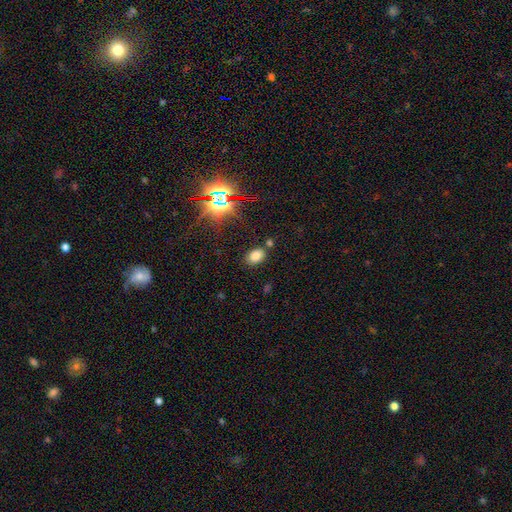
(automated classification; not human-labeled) Smooth or featured? smooth (75%)
How rounded? in between (81%)
Merging? none (79%)